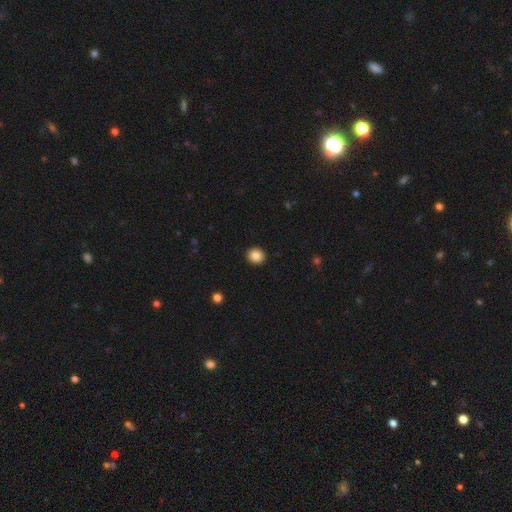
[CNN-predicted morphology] type=smooth (86%); roundness=round (79%); merging=none (93%).